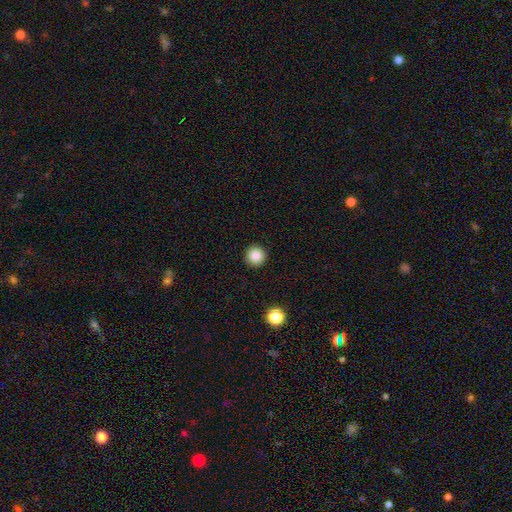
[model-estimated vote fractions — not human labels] A smooth galaxy with no disk features (86%) that is round (96%). Merging: none (93%).